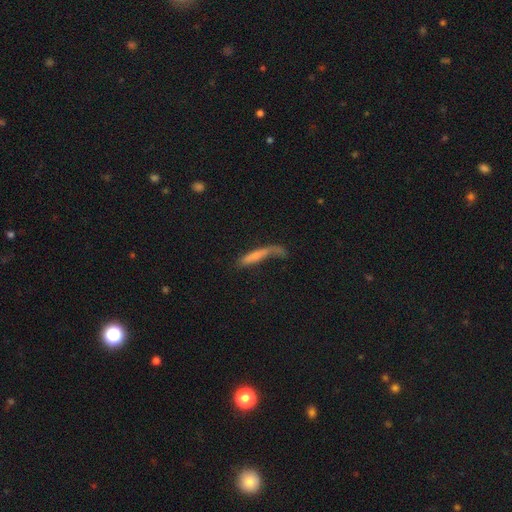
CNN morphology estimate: A smooth galaxy with no disk features (60%) that is cigar-shaped (82%).

Vote fractions:
- Smooth or featured? smooth: 60% / featured or disk: 31% / star or artifact: 9%
- How rounded? cigar-shaped: 82% / in between: 15% / round: 3%
- Merging? major disturbance: 35% / none: 34% / minor disturbance: 22% / merger: 9%